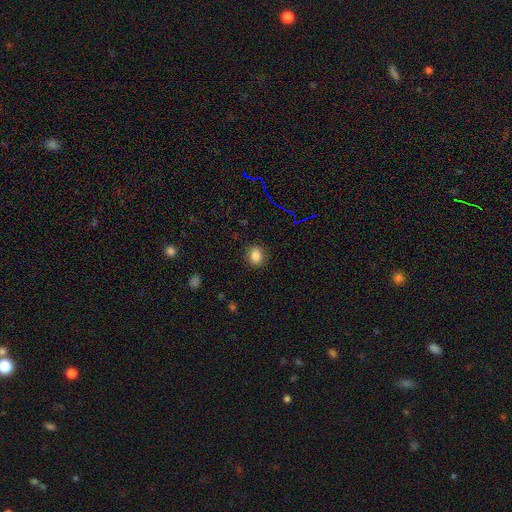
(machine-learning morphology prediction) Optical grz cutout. It shows a smooth galaxy with no disk features (83%) that is round (53%). Merging: none (88%).